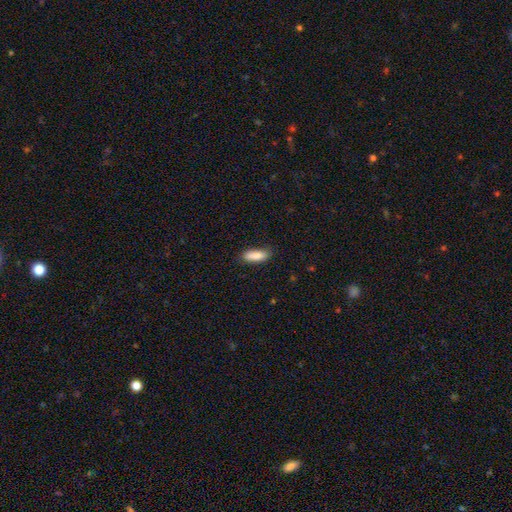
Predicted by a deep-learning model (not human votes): Smooth or featured?
  - smooth: 87% *
  - star or artifact: 6%
  - featured or disk: 6%
How rounded?
  - in between: 57% *
  - cigar-shaped: 42%
  - round: 2%
Merging?
  - none: 83% *
  - minor disturbance: 13%
  - major disturbance: 3%
  - merger: 1%